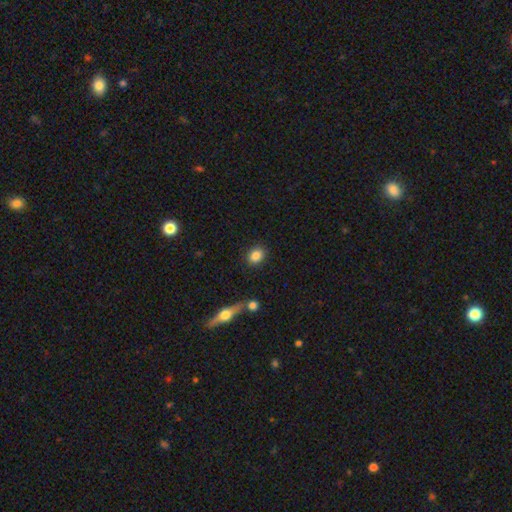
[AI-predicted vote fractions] The model was most divided on "how rounded": in between: 51%, round: 47%, cigar-shaped: 2%. More confident: smooth or featured — smooth (86%); merging — none (85%).